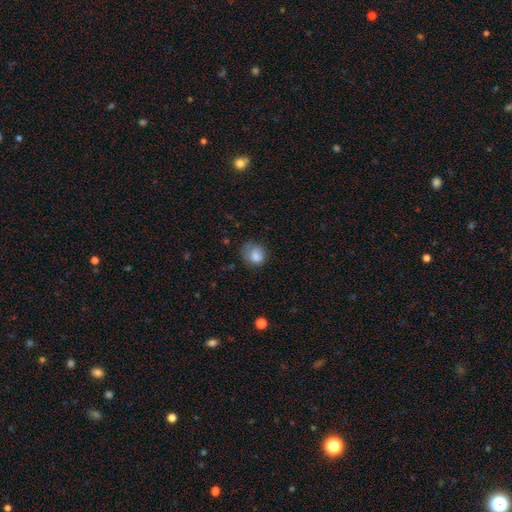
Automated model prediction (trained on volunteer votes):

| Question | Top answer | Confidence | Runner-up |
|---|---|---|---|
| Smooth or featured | smooth | 79% | featured or disk (12%) |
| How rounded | round | 68% | in between (31%) |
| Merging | none | 48% | minor disturbance (31%) |